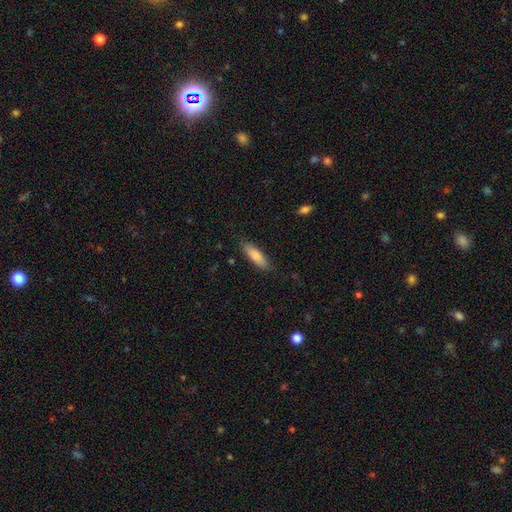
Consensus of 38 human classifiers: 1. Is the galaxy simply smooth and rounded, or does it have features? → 92% smooth, 5% featured or disk, 3% star or artifact.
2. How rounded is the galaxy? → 60% cigar-shaped, 40% in between, 0% round.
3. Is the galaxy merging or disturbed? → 73% none, 14% minor disturbance, 14% major disturbance, 0% merger.